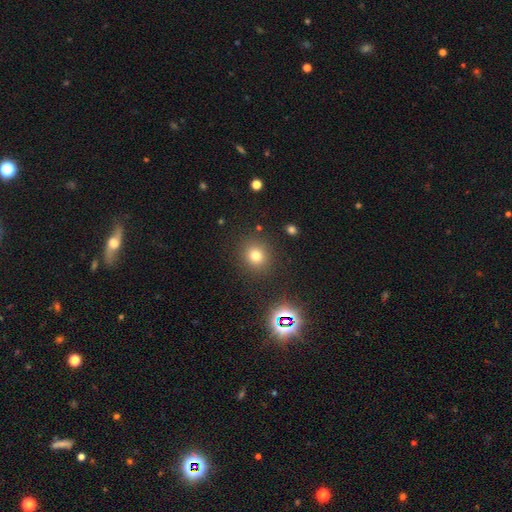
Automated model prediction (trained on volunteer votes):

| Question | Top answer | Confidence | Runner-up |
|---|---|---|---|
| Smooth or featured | smooth | 74% | star or artifact (18%) |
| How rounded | round | 85% | in between (14%) |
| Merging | none | 87% | minor disturbance (7%) |